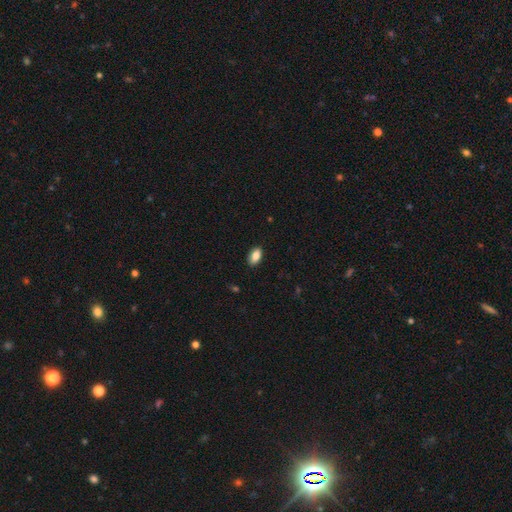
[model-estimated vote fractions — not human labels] Morphology: type=smooth (86%); roundness=in between (93%); merging=none (89%).